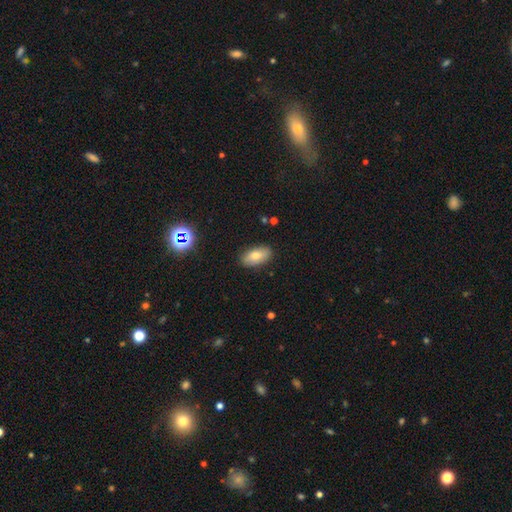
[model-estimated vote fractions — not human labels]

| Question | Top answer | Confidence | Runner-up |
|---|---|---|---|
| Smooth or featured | smooth | 74% | featured or disk (17%) |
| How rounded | in between | 92% | cigar-shaped (4%) |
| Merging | none | 86% | minor disturbance (10%) |